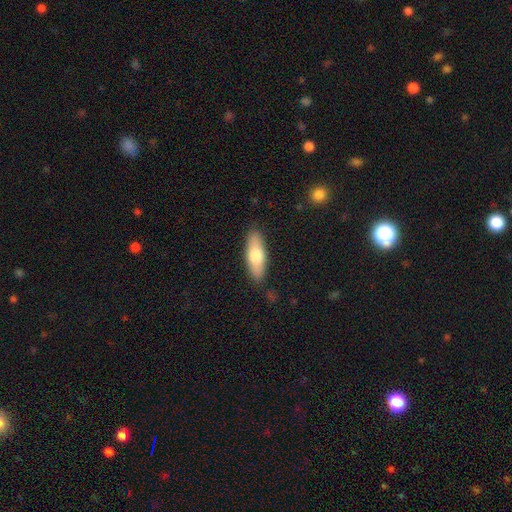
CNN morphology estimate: smooth-or-featured: smooth: 67% | featured or disk: 27% | star or artifact: 6%
  how-rounded: in between: 60% | cigar-shaped: 38% | round: 2%
  merging: none: 86% | minor disturbance: 11% | major disturbance: 2% | merger: 1%